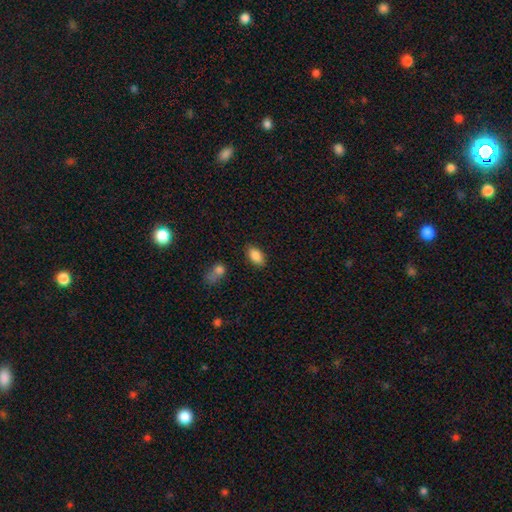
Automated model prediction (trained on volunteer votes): smooth-or-featured: smooth: 87% | star or artifact: 7% | featured or disk: 6%
  how-rounded: in between: 92% | round: 5% | cigar-shaped: 3%
  merging: none: 83% | minor disturbance: 10% | merger: 3% | major disturbance: 3%